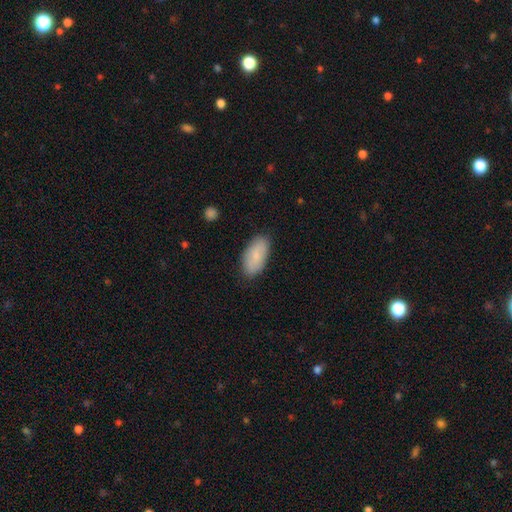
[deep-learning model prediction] Q: Smooth or featured?
A: smooth (82%); runner-up: featured or disk (12%)
Q: How rounded?
A: in between (93%); runner-up: cigar-shaped (4%)
Q: Merging?
A: none (85%); runner-up: minor disturbance (12%)